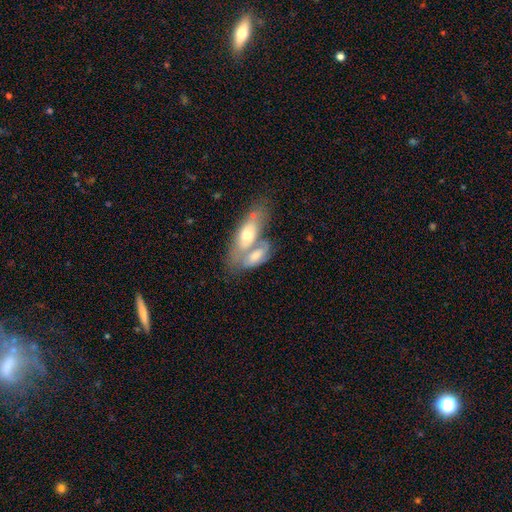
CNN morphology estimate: Smooth or featured? Predicted: smooth (p=0.52). How rounded? Predicted: in between (p=0.80). Merging? Predicted: merger (p=0.64).